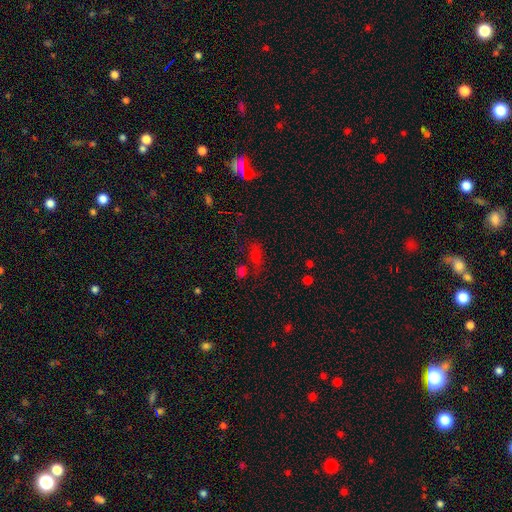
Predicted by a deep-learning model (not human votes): A smooth galaxy with no disk features (48%).

Vote fractions:
- Smooth or featured? smooth: 48% / star or artifact: 38% / featured or disk: 14%
- Merging? none: 51% / merger: 17% / minor disturbance: 17% / major disturbance: 15%